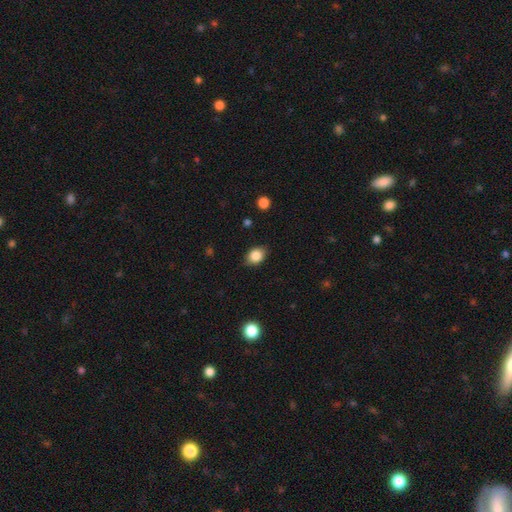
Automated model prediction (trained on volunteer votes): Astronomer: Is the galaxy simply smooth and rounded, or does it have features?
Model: smooth — 85%.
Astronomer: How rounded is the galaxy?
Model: in between — 64%.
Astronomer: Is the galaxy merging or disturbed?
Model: none — 83%.